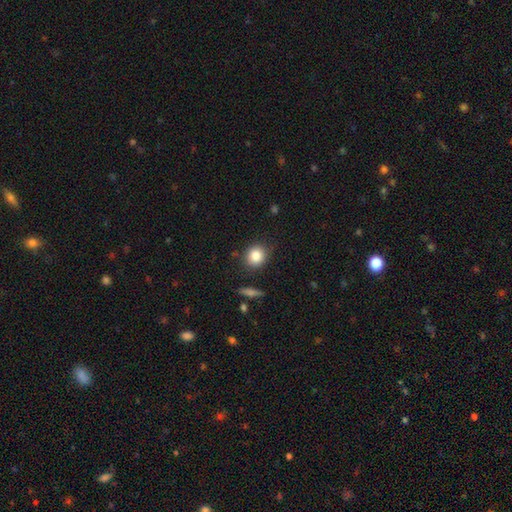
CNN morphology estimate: Q: Smooth or featured?
A: smooth (84%); runner-up: star or artifact (9%)
Q: How rounded?
A: round (79%); runner-up: in between (20%)
Q: Merging?
A: none (84%); runner-up: minor disturbance (11%)